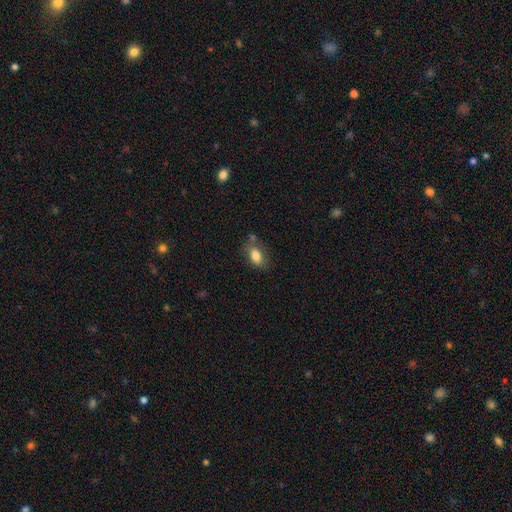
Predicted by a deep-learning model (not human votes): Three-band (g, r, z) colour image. It shows a smooth galaxy with no disk features (81%) that is in between round and cigar-shaped (86%). Merging: none (59%).